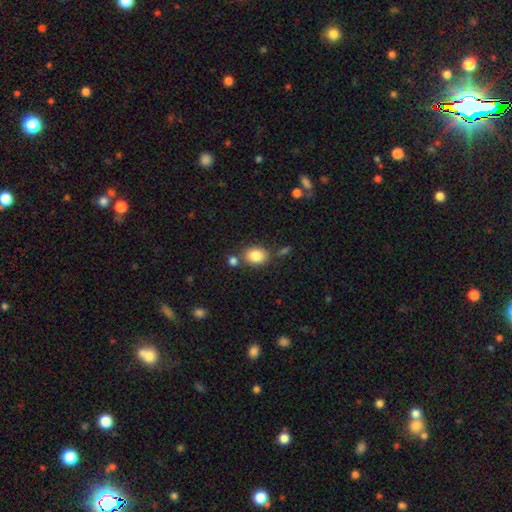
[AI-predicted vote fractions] Overall: smooth (84%). How rounded: in between (62%; round 37%). Merging: none (71%).